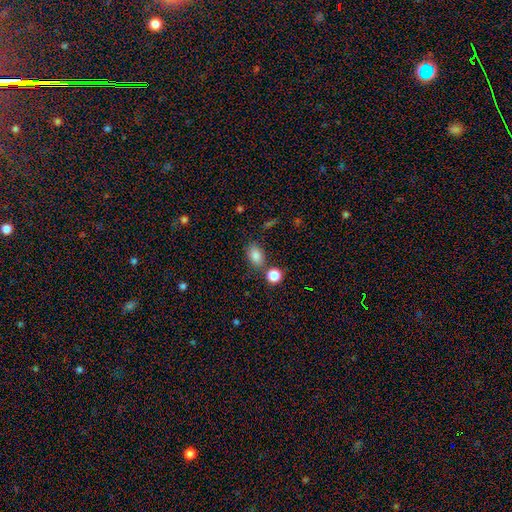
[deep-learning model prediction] smooth 84%, star or artifact 10%, featured or disk 6%. Down the decision tree: how rounded — in between (76%); merging — none (70%).